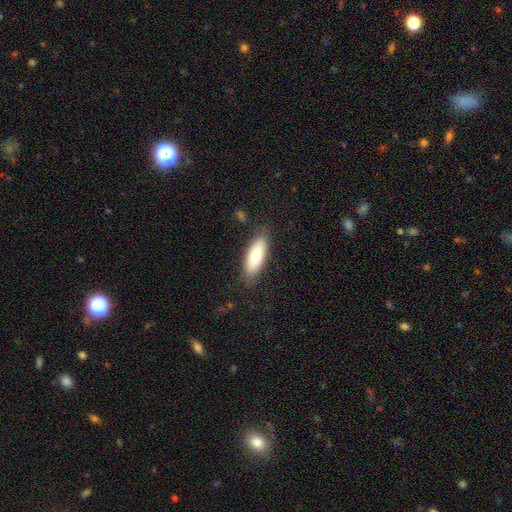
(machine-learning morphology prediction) Smooth or featured?
  - smooth: 77% *
  - featured or disk: 17%
  - star or artifact: 6%
How rounded?
  - in between: 66% *
  - cigar-shaped: 32%
  - round: 2%
Merging?
  - none: 83% *
  - minor disturbance: 13%
  - major disturbance: 3%
  - merger: 1%